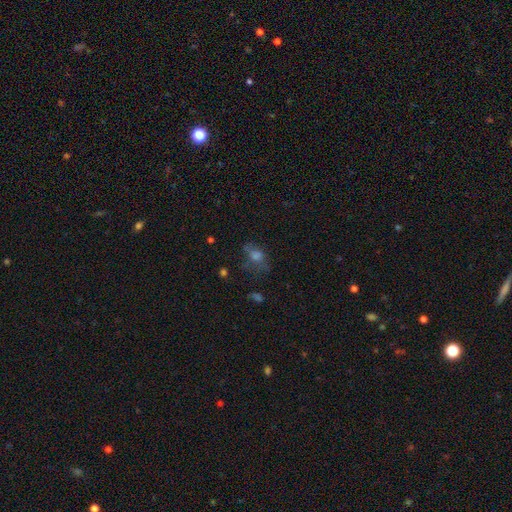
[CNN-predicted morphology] This appears to be a smooth galaxy with no disk features (48%). Merging: none (49%).